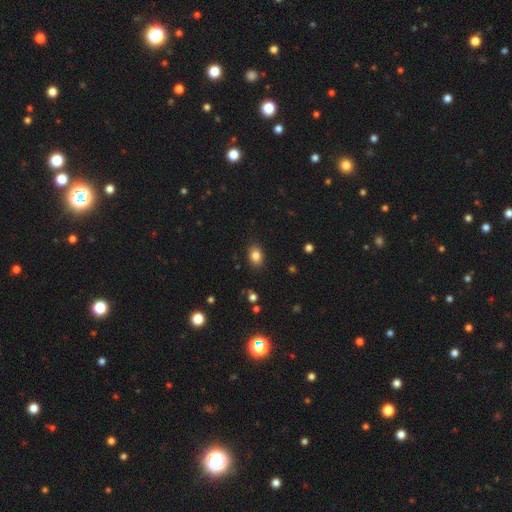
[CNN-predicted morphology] Overall: smooth (83%). How rounded: in between (73%). Merging: none (87%).